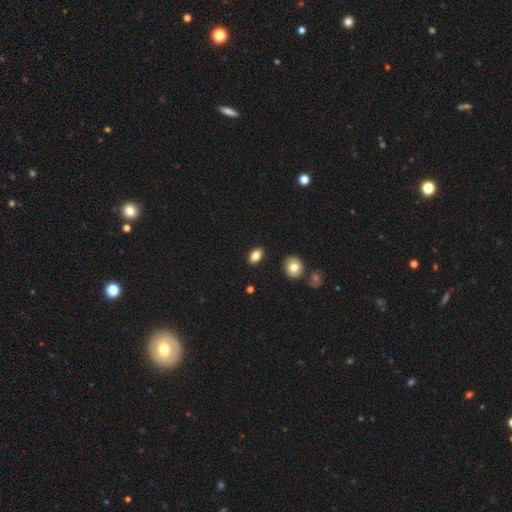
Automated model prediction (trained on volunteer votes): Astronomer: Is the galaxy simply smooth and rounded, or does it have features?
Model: smooth — 80%.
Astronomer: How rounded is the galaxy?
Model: in between — 88%.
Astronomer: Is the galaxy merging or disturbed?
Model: none — 87%.